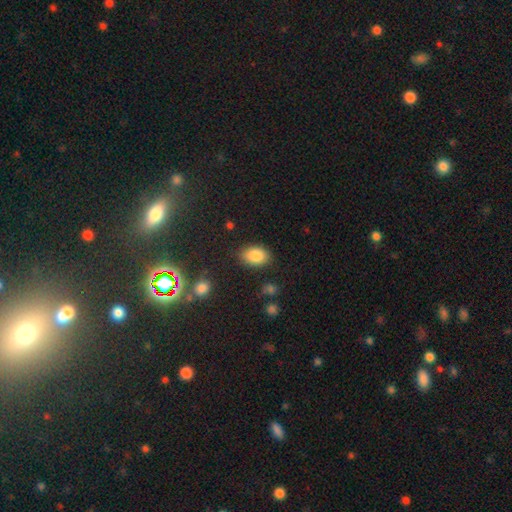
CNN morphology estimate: Smooth or featured: smooth — 87% (star or artifact — 8%)
How rounded: in between — 84% (round — 15%)
Merging: none — 82% (minor disturbance — 13%)